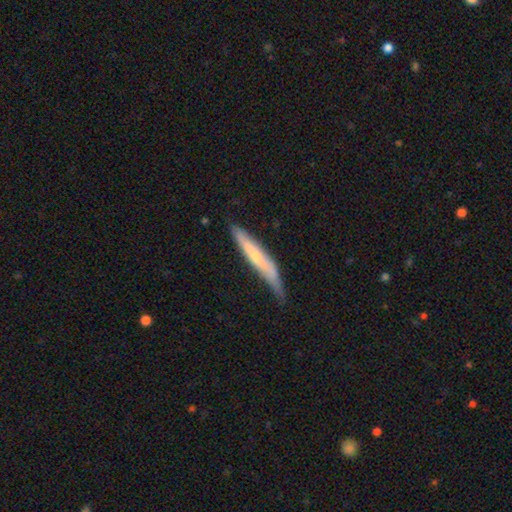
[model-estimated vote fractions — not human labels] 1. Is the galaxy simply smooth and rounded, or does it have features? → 50% smooth, 44% featured or disk, 5% star or artifact.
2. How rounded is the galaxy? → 92% cigar-shaped, 6% in between, 1% round.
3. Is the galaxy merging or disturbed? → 57% none, 34% minor disturbance, 7% major disturbance, 2% merger.